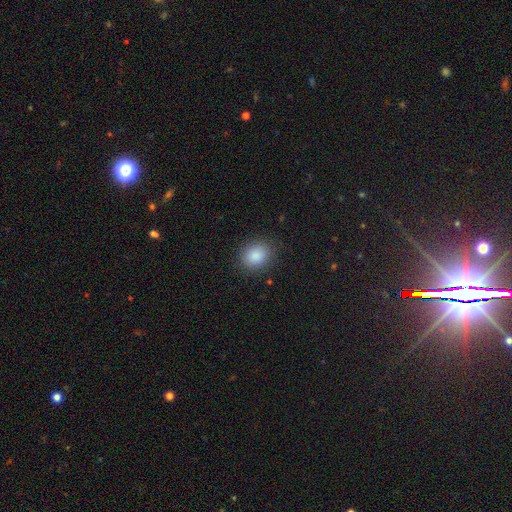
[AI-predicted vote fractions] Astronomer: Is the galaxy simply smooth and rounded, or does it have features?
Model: smooth — 88%.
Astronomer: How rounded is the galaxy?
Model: round — 59% (runner-up: in between, 40%).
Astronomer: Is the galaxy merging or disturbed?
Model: none — 87%.